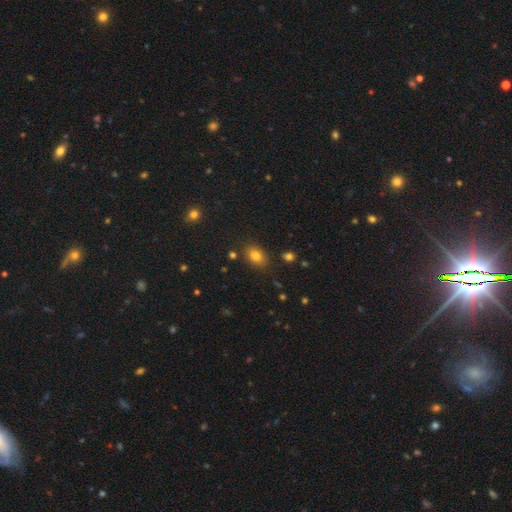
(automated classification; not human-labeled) smooth-or-featured: smooth: 81% | star or artifact: 12% | featured or disk: 7%
  how-rounded: in between: 78% | round: 21% | cigar-shaped: 1%
  merging: none: 82% | minor disturbance: 12% | merger: 3% | major disturbance: 3%